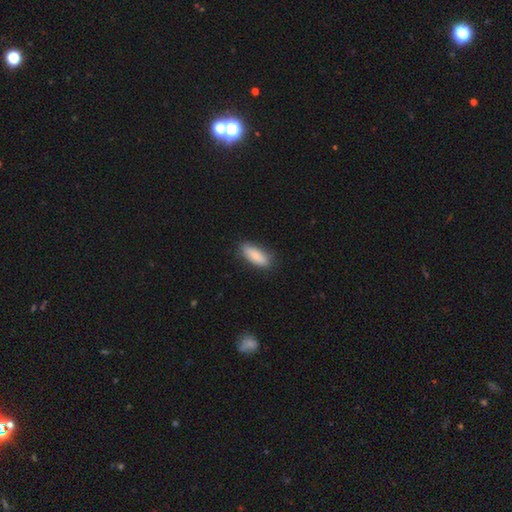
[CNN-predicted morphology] Overall: smooth (79%). How rounded: in between (75%). Merging: none (84%).